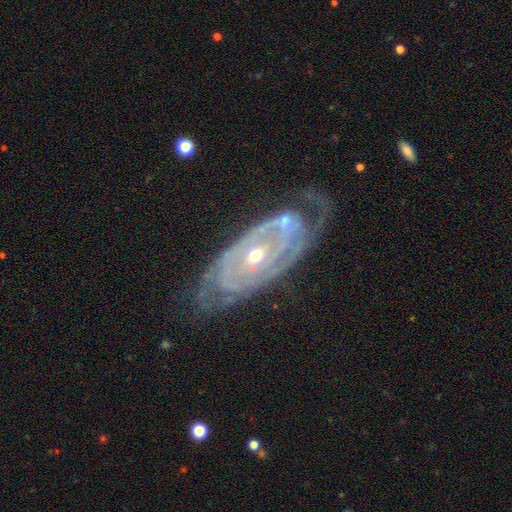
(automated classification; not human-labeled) smooth-or-featured: featured or disk: 86% | smooth: 8% | star or artifact: 5%
  disk-edge-on: no: 92% | yes: 8%
    bar: no: 64% | weak: 25% | strong: 12%
    has-spiral-arms: yes: 87% | no: 13%
      spiral-winding: tight: 69% | medium: 23% | loose: 8%
      spiral-arm-count: 2: 37% | can't tell: 36% | 3: 11% | 1: 6% | 4: 5% | more than 4: 5%
    bulge-size: small: 53% | moderate: 44% | large: 2% | none: 1% | dominant: 1%
  merging: none: 61% | minor disturbance: 22% | major disturbance: 14% | merger: 3%